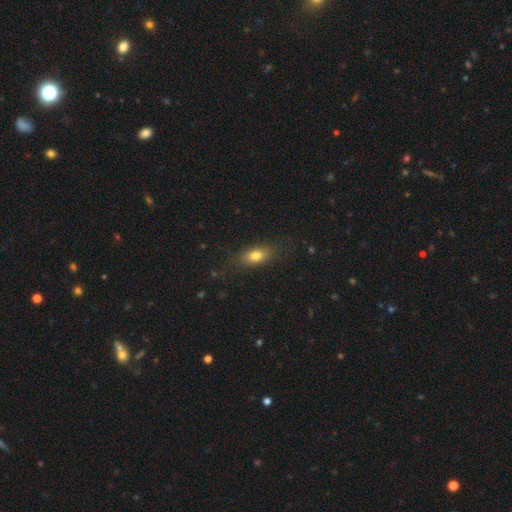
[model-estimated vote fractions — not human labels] This appears to be a smooth galaxy with no disk features (78%) that is in between round and cigar-shaped (80%). Merging: none (81%).